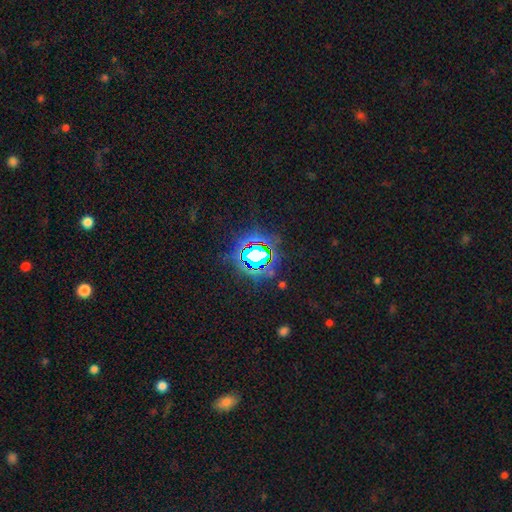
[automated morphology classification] A star or artifact, not a galaxy (75%).

Vote fractions:
- Smooth or featured? star or artifact: 75% / smooth: 14% / featured or disk: 11%